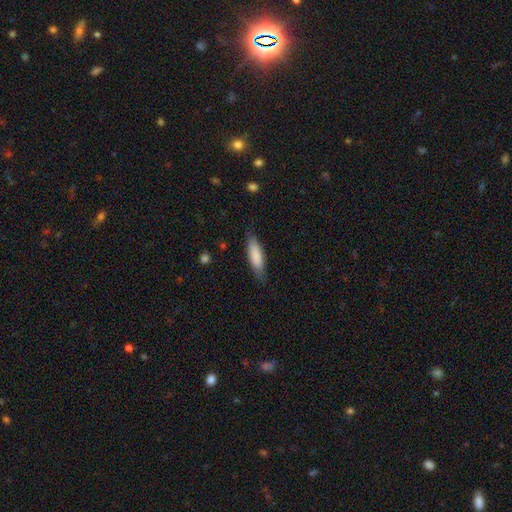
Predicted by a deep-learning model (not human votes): This is clearly a smooth galaxy (83%). How rounded: possibly cigar-shaped (55%). Merging: likely none (78%).